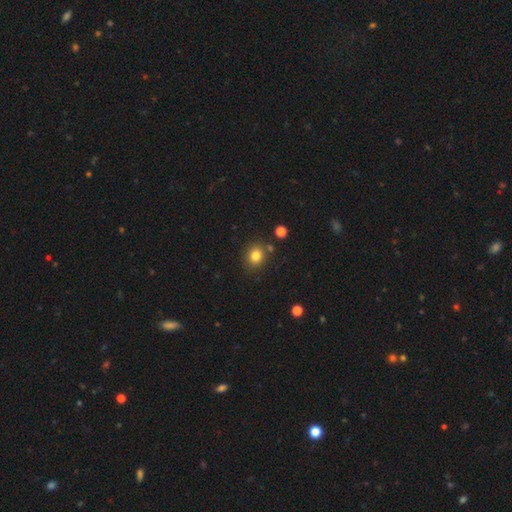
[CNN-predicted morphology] This is clearly a smooth galaxy (82%). How rounded: likely round (74%). Merging: clearly none (80%).